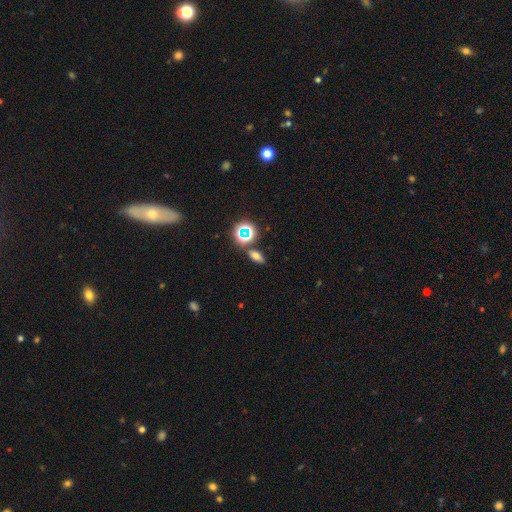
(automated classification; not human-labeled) Q: Smooth or featured?
A: smooth (61%); runner-up: star or artifact (24%)
Q: How rounded?
A: in between (74%); runner-up: round (13%)
Q: Merging?
A: none (79%); runner-up: minor disturbance (10%)